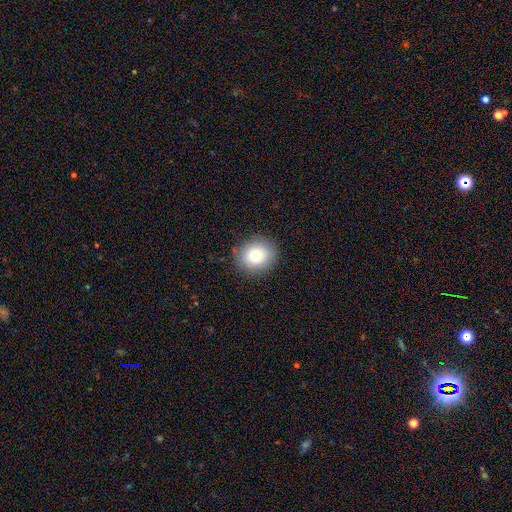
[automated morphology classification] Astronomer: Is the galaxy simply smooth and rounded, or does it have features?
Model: smooth — 80%.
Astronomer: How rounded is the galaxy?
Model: round — 76%.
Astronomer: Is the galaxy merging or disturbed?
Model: none — 87%.